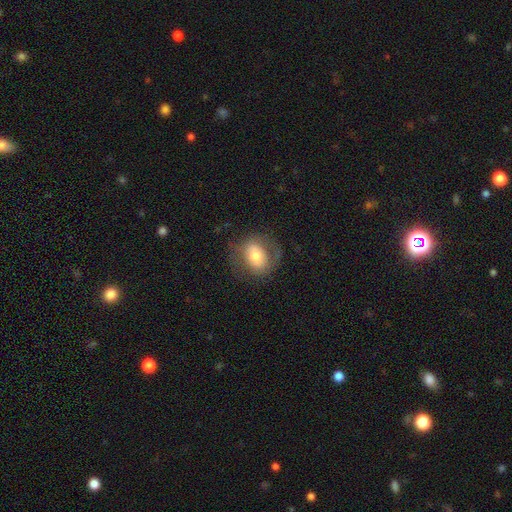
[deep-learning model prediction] A smooth galaxy with no disk features (55%) that is in between round and cigar-shaped (55%). Merging: none (65%).